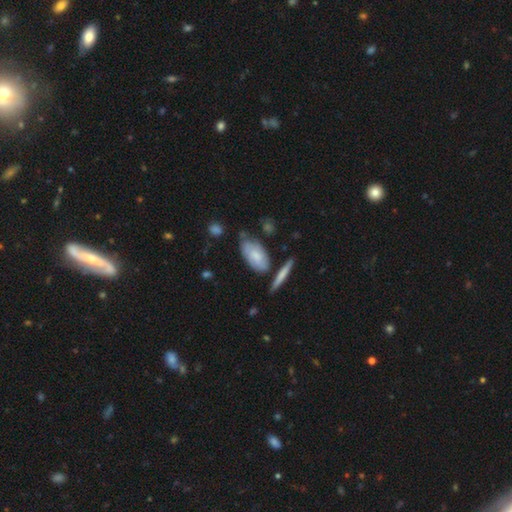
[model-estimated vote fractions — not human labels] A smooth galaxy with no disk features (65%) that is in between round and cigar-shaped (88%). Merging: none (53%).